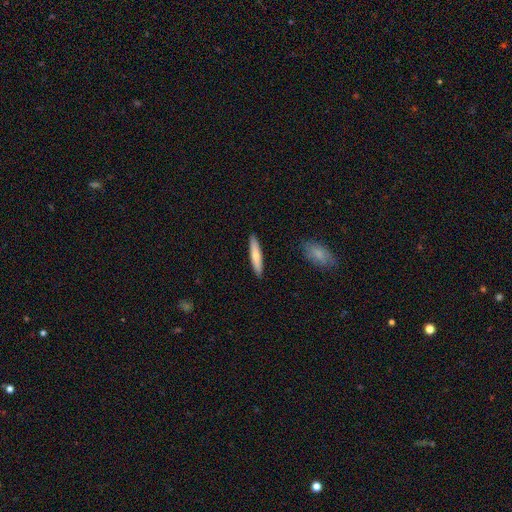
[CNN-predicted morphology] Overall: smooth (69%). How rounded: cigar-shaped (87%). Merging: none (91%).